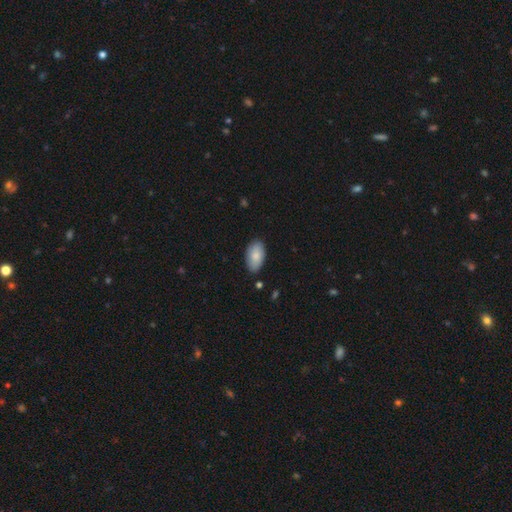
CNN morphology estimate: This appears to be a smooth galaxy with no disk features (85%) that is in between round and cigar-shaped (95%). Merging: none (84%).